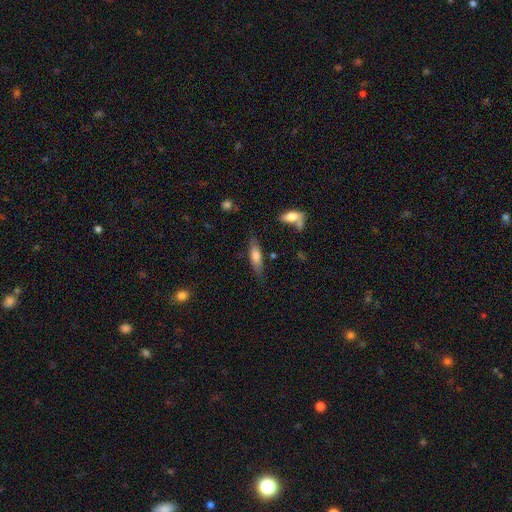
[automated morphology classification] A smooth galaxy with no disk features (67%) that is cigar-shaped (57%).

Vote fractions:
- Smooth or featured? smooth: 67% / featured or disk: 26% / star or artifact: 7%
- How rounded? cigar-shaped: 57% / in between: 41% / round: 2%
- Merging? none: 76% / minor disturbance: 16% / merger: 4% / major disturbance: 4%